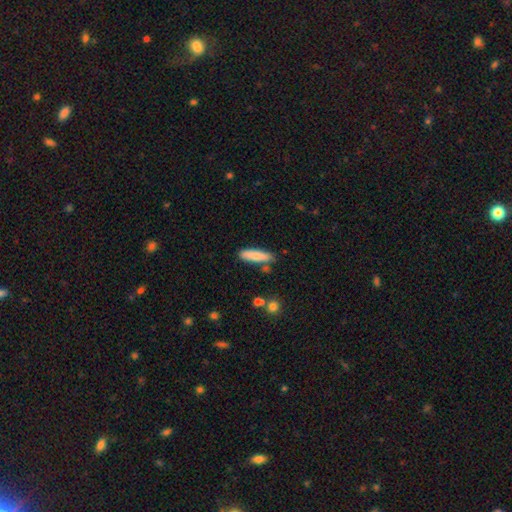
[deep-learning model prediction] smooth 80%, featured or disk 13%, star or artifact 6%. Down the decision tree: how rounded — cigar-shaped (72%); merging — none (80%).